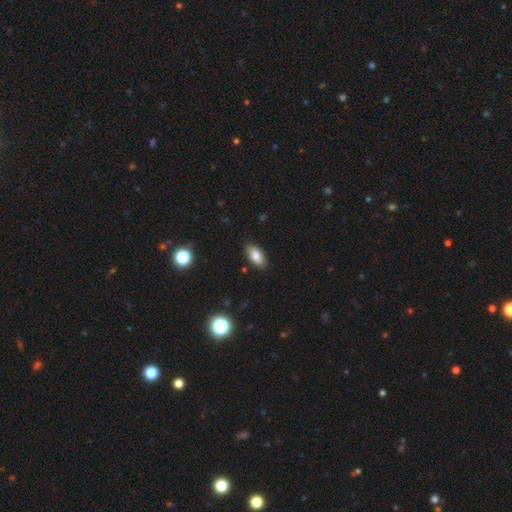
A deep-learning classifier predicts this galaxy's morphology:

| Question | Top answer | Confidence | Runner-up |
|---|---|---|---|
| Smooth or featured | smooth | 83% | featured or disk (9%) |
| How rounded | in between | 90% | cigar-shaped (7%) |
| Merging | none | 88% | minor disturbance (9%) |